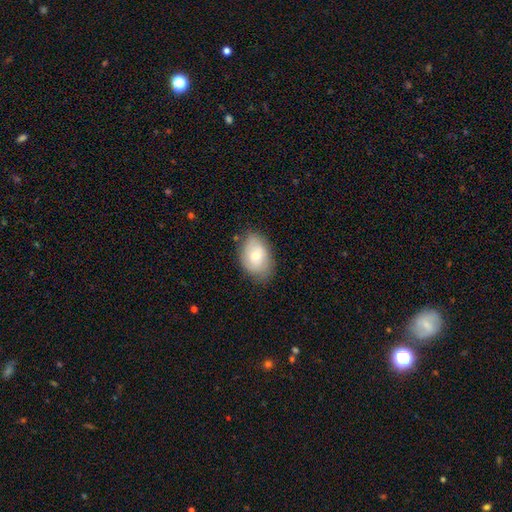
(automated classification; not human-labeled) Overall: smooth (61%; featured or disk 31%). How rounded: in between (85%). Merging: none (73%).